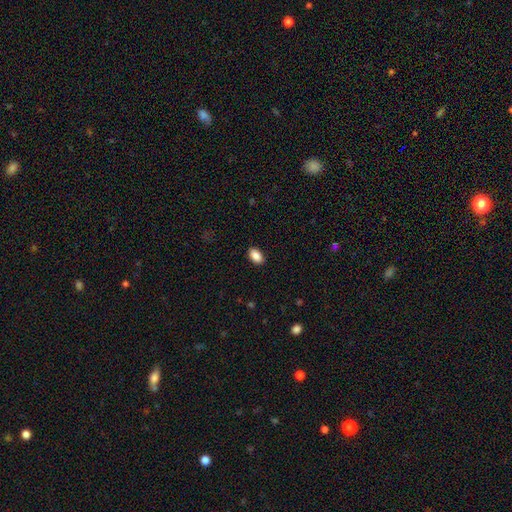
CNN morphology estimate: This is clearly a smooth galaxy (89%). How rounded: clearly in between (92%). Merging: clearly none (89%).